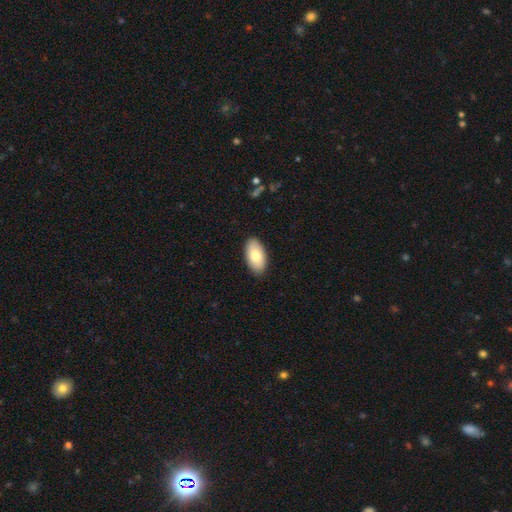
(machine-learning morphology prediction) Overall: smooth (80%). How rounded: in between (95%). Merging: none (89%).